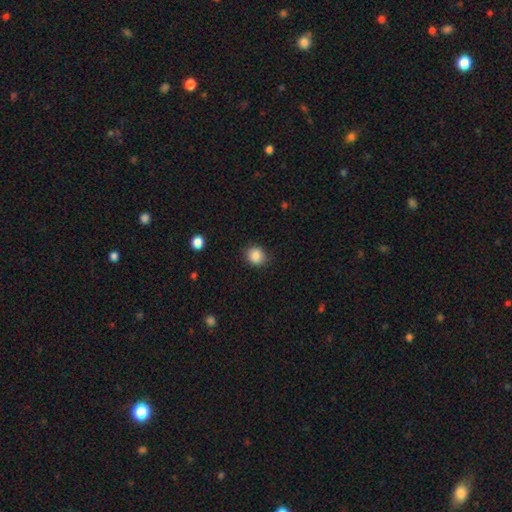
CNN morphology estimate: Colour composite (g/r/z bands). It shows a smooth galaxy with no disk features (87%) that is round (73%). Merging: none (85%).